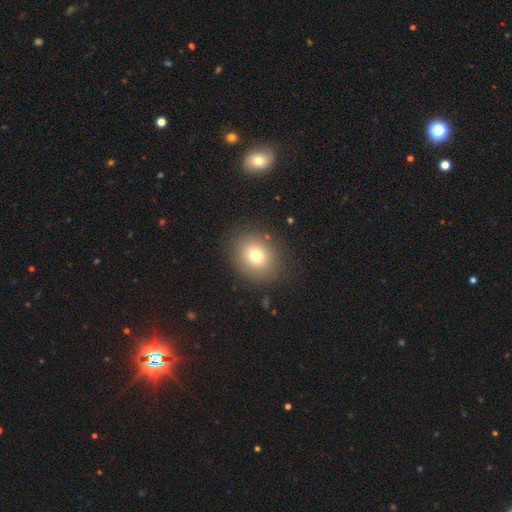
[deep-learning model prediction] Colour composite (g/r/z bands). It shows a smooth galaxy with no disk features (74%) that is round (68%). Merging: none (85%).